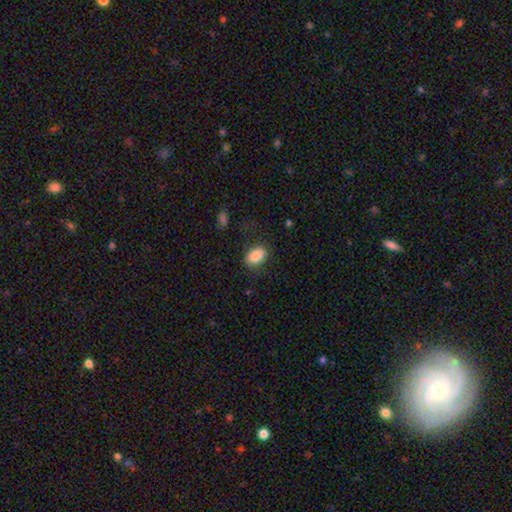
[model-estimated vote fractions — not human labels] This appears to be a smooth galaxy with no disk features (86%) that is in between round and cigar-shaped (87%). Merging: none (76%).